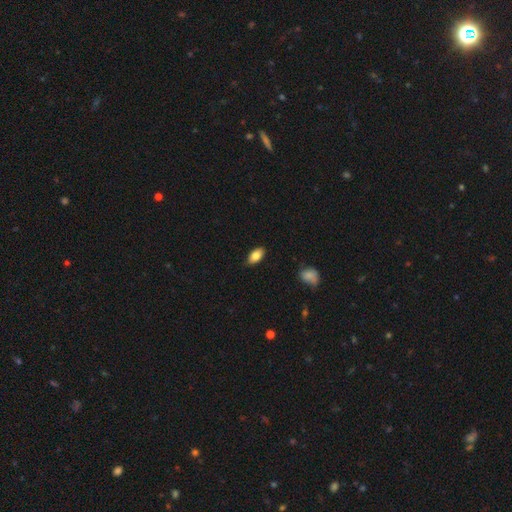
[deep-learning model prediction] Smooth or featured?
  - smooth: 83% *
  - featured or disk: 10%
  - star or artifact: 7%
How rounded?
  - in between: 92% *
  - cigar-shaped: 4%
  - round: 4%
Merging?
  - none: 86% *
  - minor disturbance: 11%
  - major disturbance: 2%
  - merger: 1%